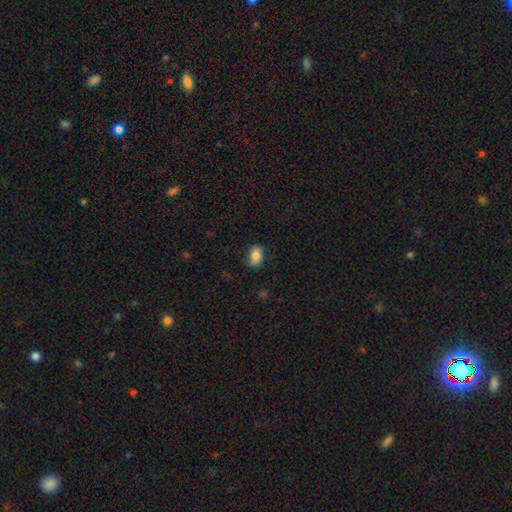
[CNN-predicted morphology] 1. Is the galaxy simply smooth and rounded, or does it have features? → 83% smooth, 9% featured or disk, 8% star or artifact.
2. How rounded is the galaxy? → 84% in between, 14% round, 2% cigar-shaped.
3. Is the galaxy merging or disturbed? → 80% none, 16% minor disturbance, 3% major disturbance, 1% merger.